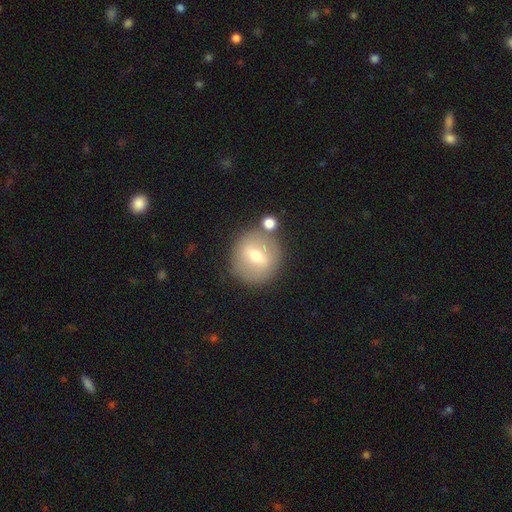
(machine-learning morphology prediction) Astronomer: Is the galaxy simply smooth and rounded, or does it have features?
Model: smooth — 56% (runner-up: featured or disk, 35%).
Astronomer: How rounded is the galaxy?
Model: round — 88%.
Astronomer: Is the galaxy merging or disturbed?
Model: none — 76%.